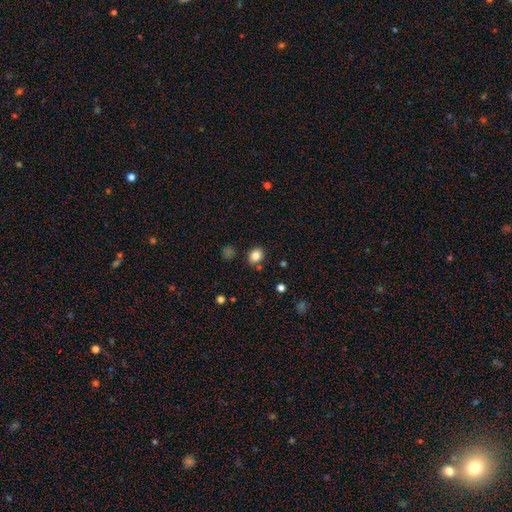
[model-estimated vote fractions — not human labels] Smooth or featured? Predicted: smooth (p=0.83). How rounded? Predicted: round (p=0.59). Merging? Predicted: none (p=0.81).